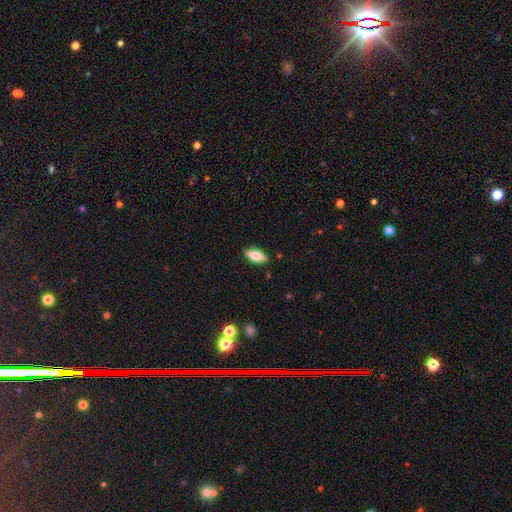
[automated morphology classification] Smooth or featured: smooth — 68% (featured or disk — 26%)
How rounded: in between — 79% (cigar-shaped — 18%)
Merging: none — 88% (minor disturbance — 9%)